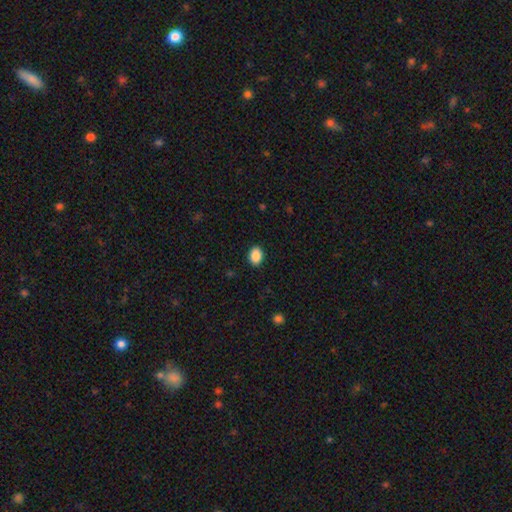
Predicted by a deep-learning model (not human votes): smooth 89%, star or artifact 8%, featured or disk 3%. Down the decision tree: how rounded — in between (72%); merging — none (90%).